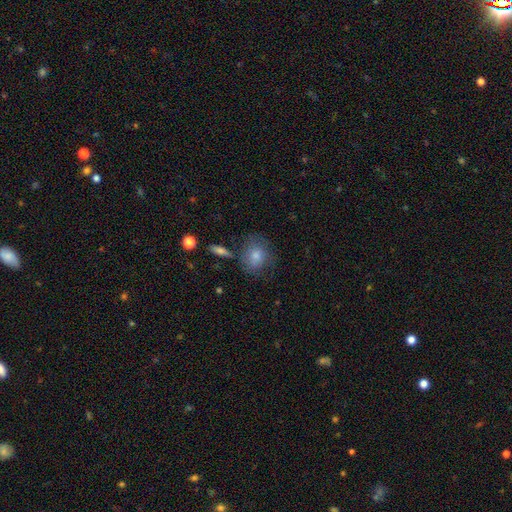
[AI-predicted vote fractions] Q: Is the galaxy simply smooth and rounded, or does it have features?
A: smooth — 65%.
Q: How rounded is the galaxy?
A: round — 65%.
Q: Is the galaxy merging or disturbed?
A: none — 67%.